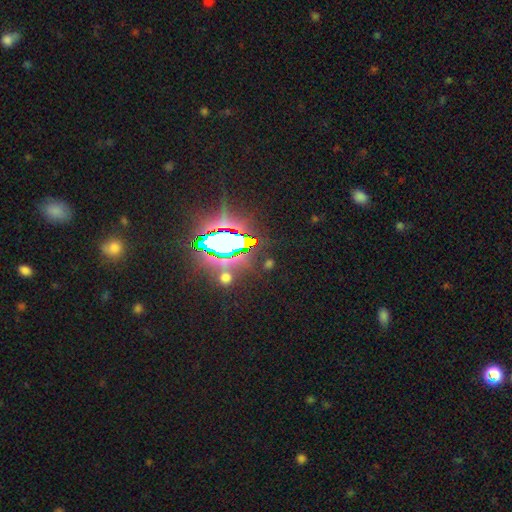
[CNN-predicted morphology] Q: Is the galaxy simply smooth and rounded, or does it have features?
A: star or artifact — 80%.